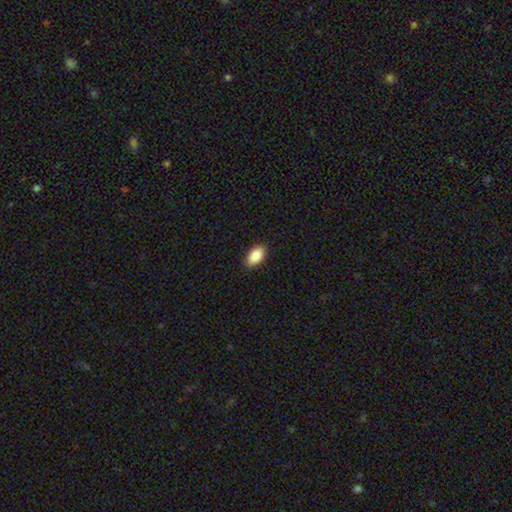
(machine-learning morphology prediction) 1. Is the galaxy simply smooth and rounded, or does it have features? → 88% smooth, 7% star or artifact, 5% featured or disk.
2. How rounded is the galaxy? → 94% in between, 4% round, 2% cigar-shaped.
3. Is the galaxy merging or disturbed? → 89% none, 9% minor disturbance, 2% major disturbance, 1% merger.